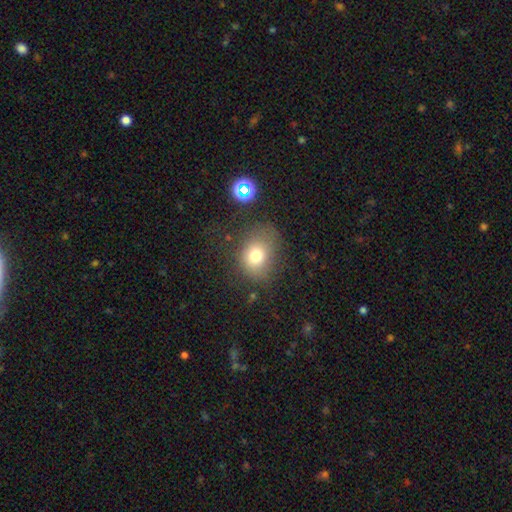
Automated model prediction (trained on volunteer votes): Q: Smooth or featured?
A: smooth (75%); runner-up: star or artifact (13%)
Q: How rounded?
A: round (51%); runner-up: in between (48%)
Q: Merging?
A: none (62%); runner-up: minor disturbance (21%)